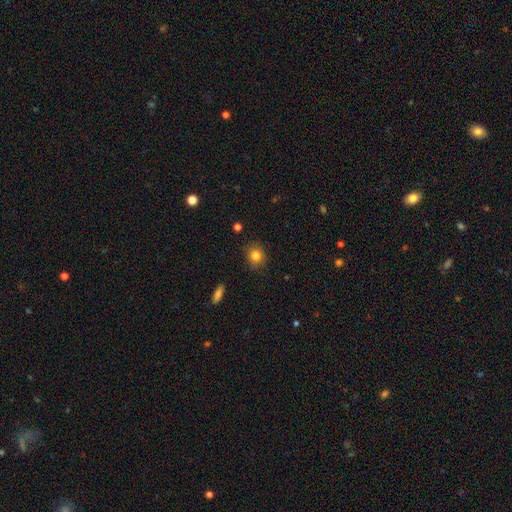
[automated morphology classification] A smooth galaxy with no disk features (83%) that is round (78%). Merging: none (86%).